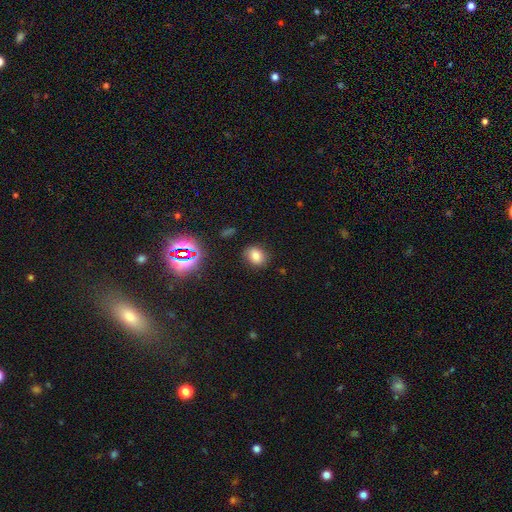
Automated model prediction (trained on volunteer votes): Smooth or featured? smooth (76%)
How rounded? in between (51%)
Merging? none (85%)